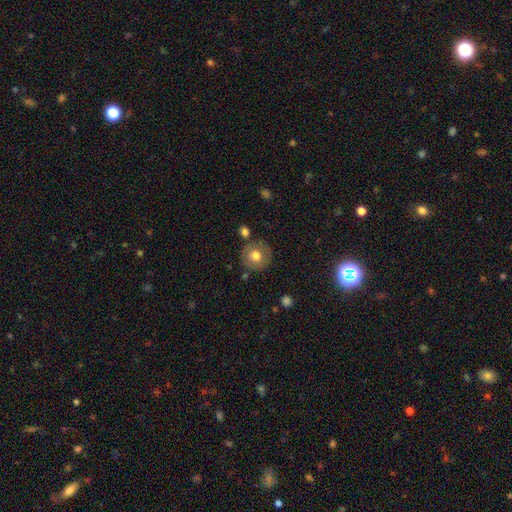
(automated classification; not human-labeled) This is likely a smooth galaxy (69%). How rounded: clearly round (90%). Merging: likely none (79%).